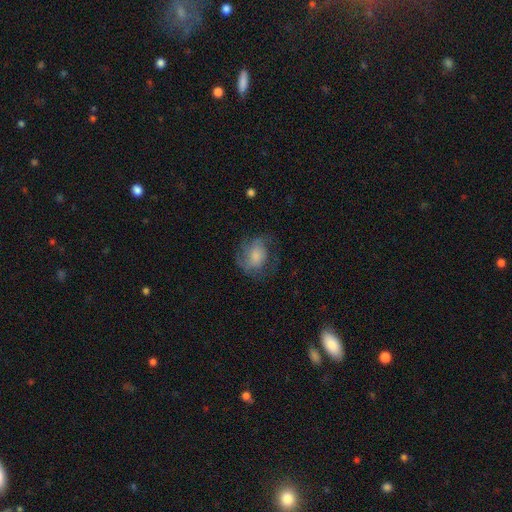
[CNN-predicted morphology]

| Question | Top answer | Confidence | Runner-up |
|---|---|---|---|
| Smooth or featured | featured or disk | 48% | smooth (42%) |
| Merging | none | 54% | minor disturbance (22%) |